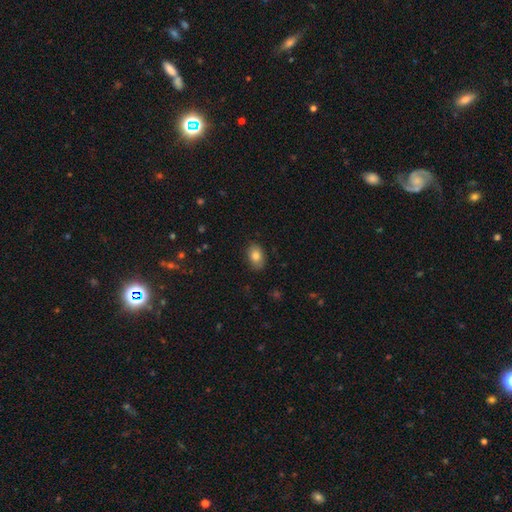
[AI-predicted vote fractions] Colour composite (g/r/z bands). It shows a smooth galaxy with no disk features (83%) that is in between round and cigar-shaped (85%). Merging: none (84%).